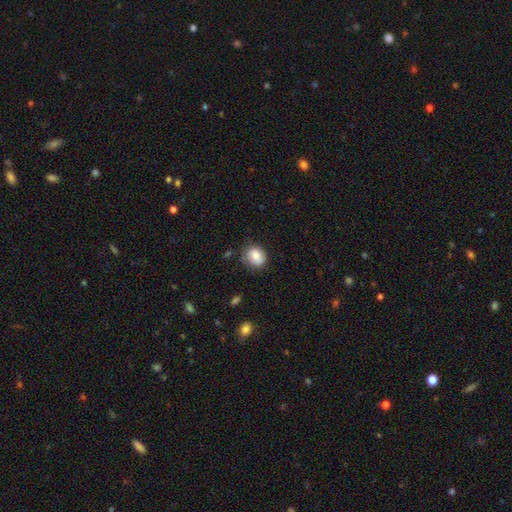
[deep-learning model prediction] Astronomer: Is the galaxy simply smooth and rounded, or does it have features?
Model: smooth — 79%.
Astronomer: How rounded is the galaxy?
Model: round — 66%.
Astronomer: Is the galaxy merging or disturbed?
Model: none — 74%.